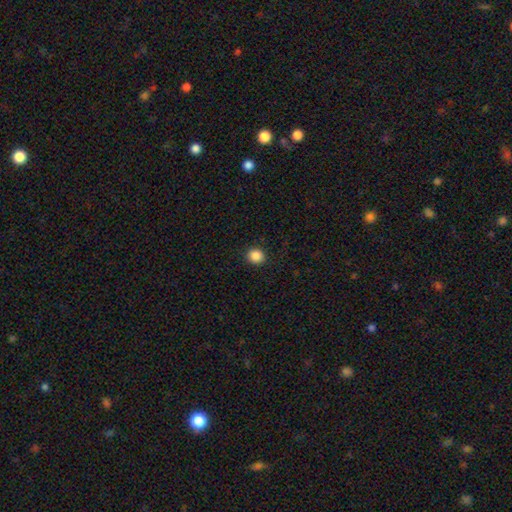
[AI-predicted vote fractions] Morphology: type=smooth (87%); roundness=round (87%); merging=none (91%).